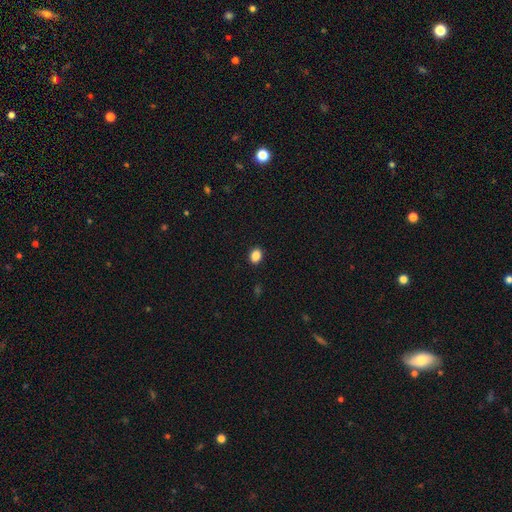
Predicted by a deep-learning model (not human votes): Q: Smooth or featured?
A: smooth (87%); runner-up: star or artifact (10%)
Q: How rounded?
A: in between (57%); runner-up: round (42%)
Q: Merging?
A: none (91%); runner-up: minor disturbance (6%)